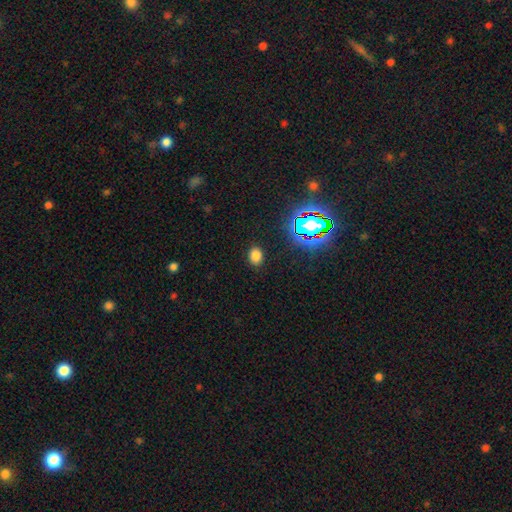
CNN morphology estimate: smooth 75%, star or artifact 20%, featured or disk 6%. Down the decision tree: how rounded — in between (65%); merging — none (87%).